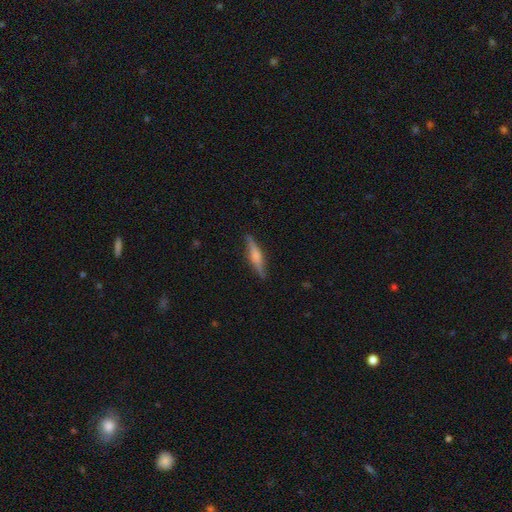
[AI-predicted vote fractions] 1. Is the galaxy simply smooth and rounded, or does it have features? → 51% featured or disk, 43% smooth, 6% star or artifact.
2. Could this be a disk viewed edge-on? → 94% yes, 6% no.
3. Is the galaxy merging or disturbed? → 86% none, 11% minor disturbance, 2% major disturbance, 1% merger.